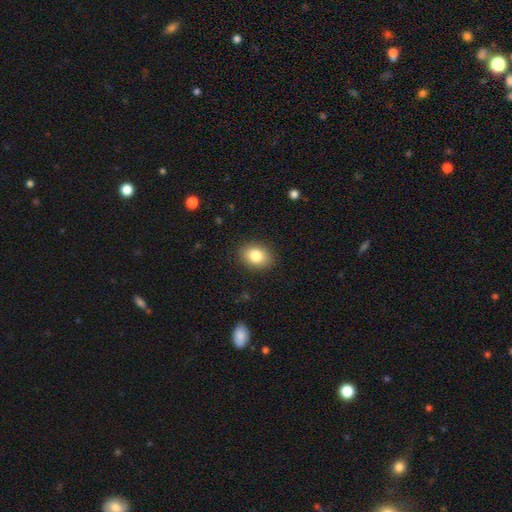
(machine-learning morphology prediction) This is clearly a smooth galaxy (83%). How rounded: likely in between (71%). Merging: clearly none (89%).